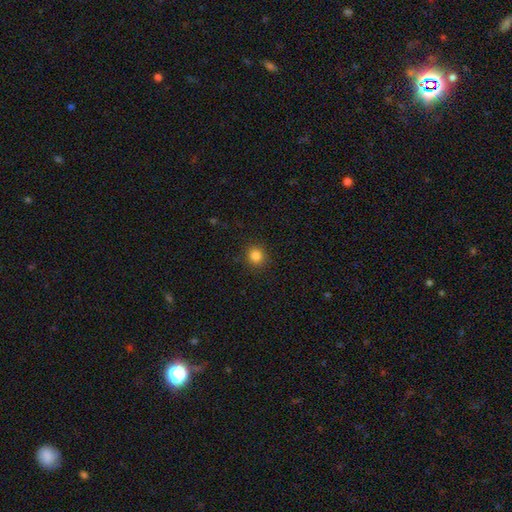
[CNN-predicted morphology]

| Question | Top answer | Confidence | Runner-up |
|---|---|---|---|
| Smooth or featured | smooth | 85% | star or artifact (12%) |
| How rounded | round | 88% | in between (11%) |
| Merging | none | 90% | minor disturbance (6%) |